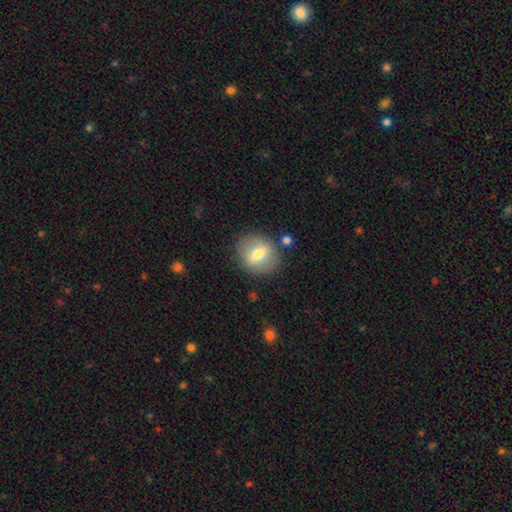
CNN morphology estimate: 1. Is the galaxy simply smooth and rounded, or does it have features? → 59% smooth, 33% featured or disk, 8% star or artifact.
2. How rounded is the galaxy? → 74% round, 25% in between, 2% cigar-shaped.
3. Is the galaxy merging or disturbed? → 82% none, 11% minor disturbance, 4% major disturbance, 4% merger.